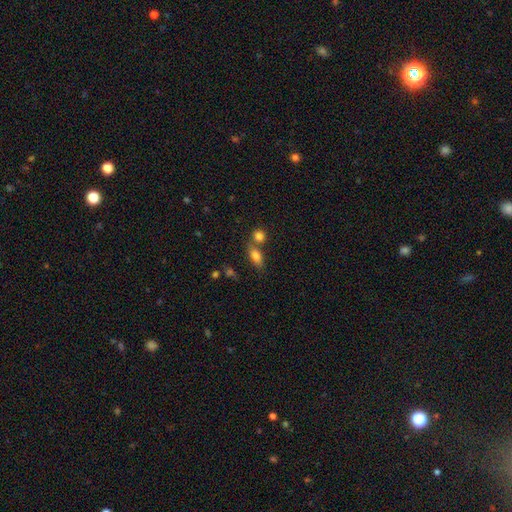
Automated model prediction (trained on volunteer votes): Smooth or featured?
  - smooth: 78% *
  - featured or disk: 13%
  - star or artifact: 9%
How rounded?
  - in between: 79% *
  - cigar-shaped: 13%
  - round: 9%
Merging?
  - none: 57% *
  - merger: 28%
  - minor disturbance: 11%
  - major disturbance: 4%